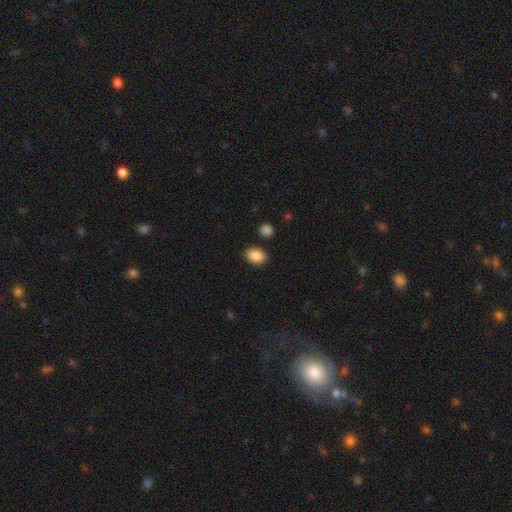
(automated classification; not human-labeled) Q: Smooth or featured?
A: smooth (89%); runner-up: star or artifact (8%)
Q: How rounded?
A: in between (79%); runner-up: round (20%)
Q: Merging?
A: none (86%); runner-up: minor disturbance (9%)